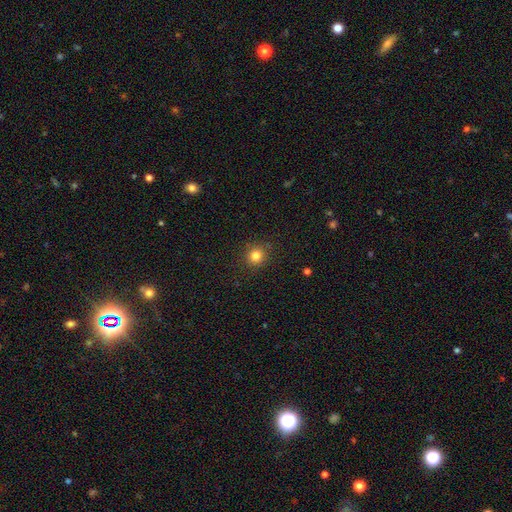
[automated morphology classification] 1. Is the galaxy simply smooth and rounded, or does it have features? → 83% smooth, 12% star or artifact, 5% featured or disk.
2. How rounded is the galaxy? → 90% round, 9% in between, 1% cigar-shaped.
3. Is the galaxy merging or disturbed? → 88% none, 8% minor disturbance, 3% major disturbance, 1% merger.